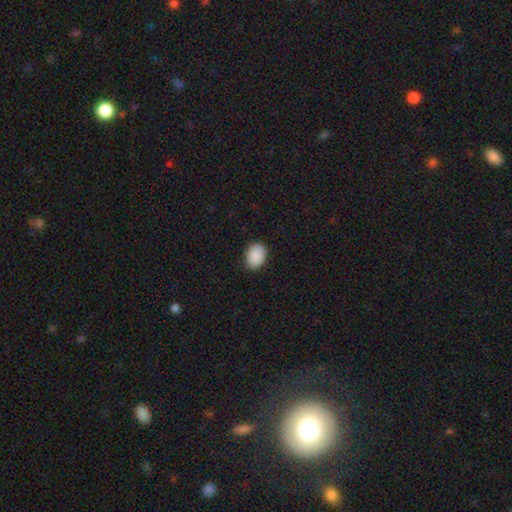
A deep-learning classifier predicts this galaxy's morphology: This appears to be a smooth galaxy with no disk features (90%) that is in between round and cigar-shaped (72%). Merging: none (86%).